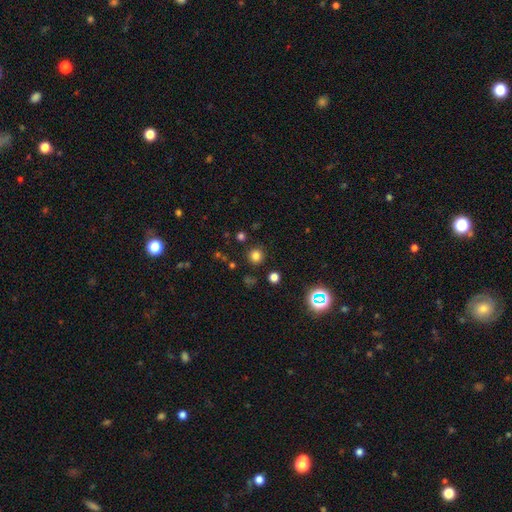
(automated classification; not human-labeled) Smooth or featured? Predicted: smooth (p=0.78). How rounded? Predicted: round (p=0.94). Merging? Predicted: none (p=0.89).